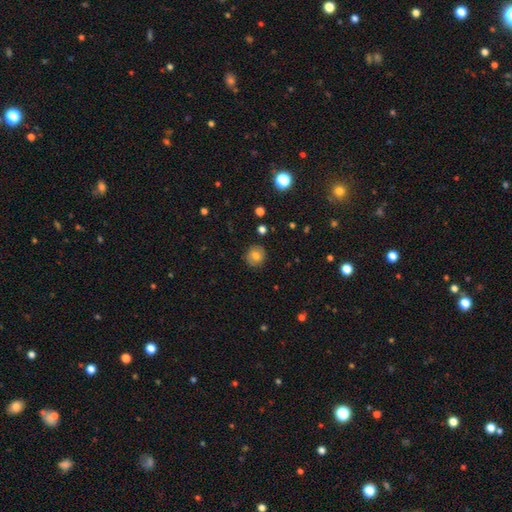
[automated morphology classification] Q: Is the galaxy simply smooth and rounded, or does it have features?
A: smooth — 72%.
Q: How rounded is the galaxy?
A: round — 88%.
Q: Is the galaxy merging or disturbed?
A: none — 88%.